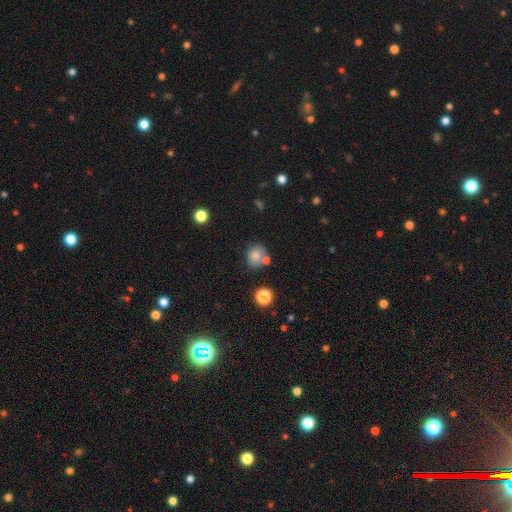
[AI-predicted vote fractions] Q: Smooth or featured?
A: smooth (78%); runner-up: star or artifact (12%)
Q: How rounded?
A: round (67%); runner-up: in between (32%)
Q: Merging?
A: none (56%); runner-up: merger (21%)